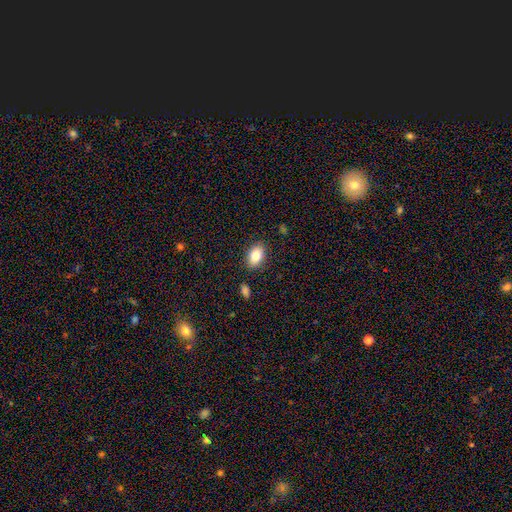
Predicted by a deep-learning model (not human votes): Smooth or featured?
  - smooth: 82% *
  - featured or disk: 10%
  - star or artifact: 8%
How rounded?
  - in between: 87% *
  - round: 11%
  - cigar-shaped: 2%
Merging?
  - none: 87% *
  - minor disturbance: 9%
  - major disturbance: 2%
  - merger: 2%